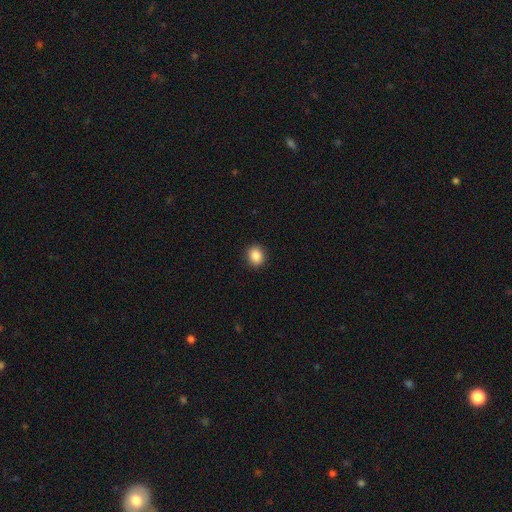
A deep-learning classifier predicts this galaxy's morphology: A smooth galaxy with no disk features (87%) that is round (67%).

Vote fractions:
- Smooth or featured? smooth: 87% / star or artifact: 9% / featured or disk: 3%
- How rounded? round: 67% / in between: 32% / cigar-shaped: 1%
- Merging? none: 91% / minor disturbance: 6% / major disturbance: 2% / merger: 1%